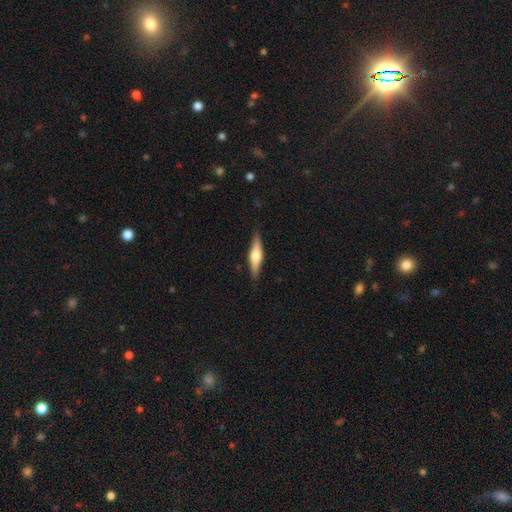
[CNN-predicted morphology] Overall: featured or disk (59%; smooth 36%). Edge-on disk: yes (96%). Edge-on bulge: rounded (92%). Merging: none (88%).